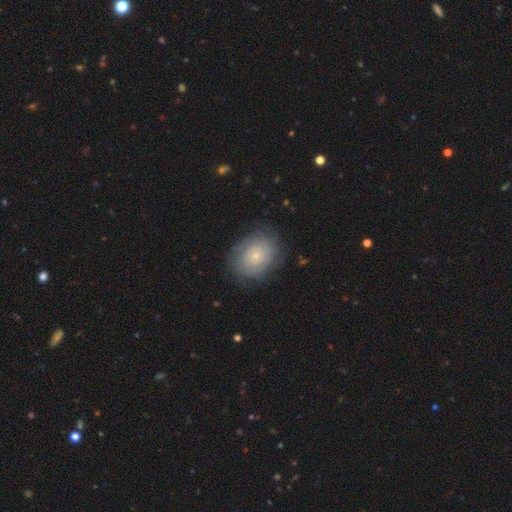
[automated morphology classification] The model was most divided on "how rounded": in between: 54%, round: 45%, cigar-shaped: 1%. More confident: merging — none (77%); smooth or featured — smooth (62%).